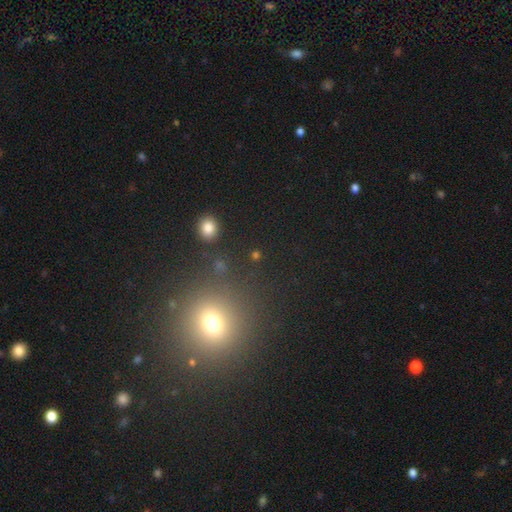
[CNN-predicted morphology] Smooth or featured?
  - smooth: 57% *
  - star or artifact: 35%
  - featured or disk: 8%
How rounded?
  - round: 87% *
  - in between: 12%
  - cigar-shaped: 2%
Merging?
  - none: 85% *
  - minor disturbance: 7%
  - merger: 4%
  - major disturbance: 4%